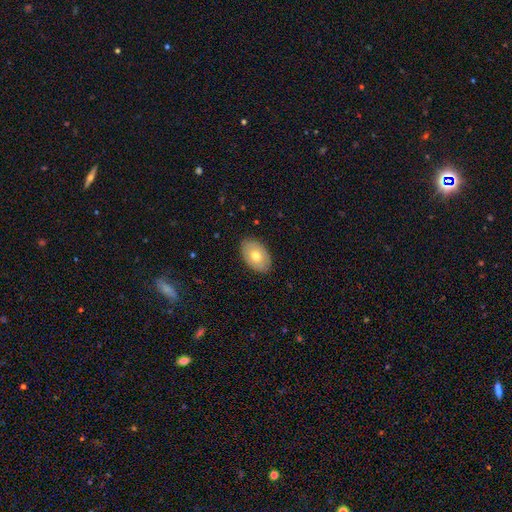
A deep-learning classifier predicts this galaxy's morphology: This is likely a smooth galaxy (68%). How rounded: clearly in between (90%). Merging: clearly none (87%).